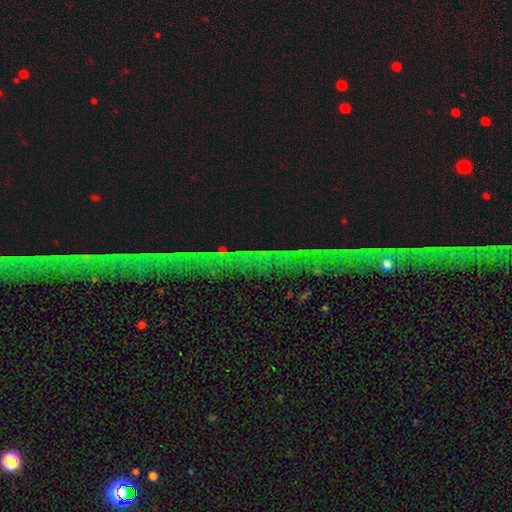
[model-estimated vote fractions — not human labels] A star or artifact, not a galaxy (85%).

Vote fractions:
- Smooth or featured? star or artifact: 85% / featured or disk: 9% / smooth: 6%